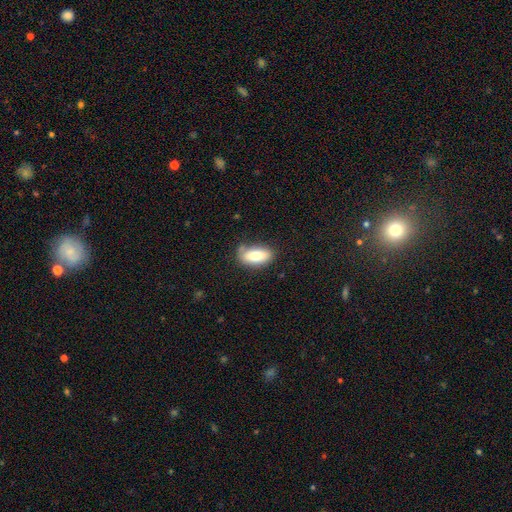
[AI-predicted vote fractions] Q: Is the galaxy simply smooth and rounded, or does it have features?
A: smooth — 78%.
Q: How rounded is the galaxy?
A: in between — 90%.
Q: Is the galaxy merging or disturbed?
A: none — 72%.